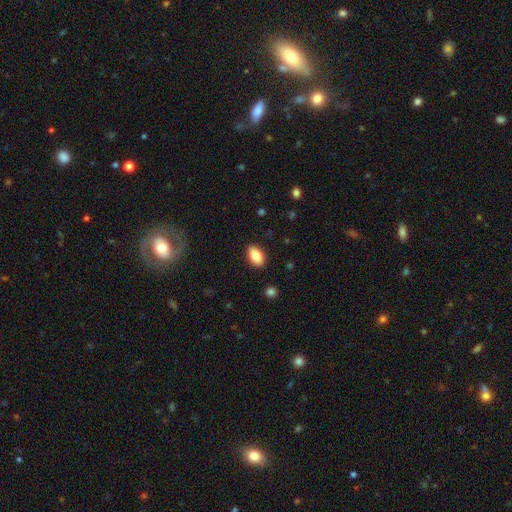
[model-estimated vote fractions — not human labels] This is clearly a smooth galaxy (85%). How rounded: clearly in between (92%). Merging: clearly none (89%).